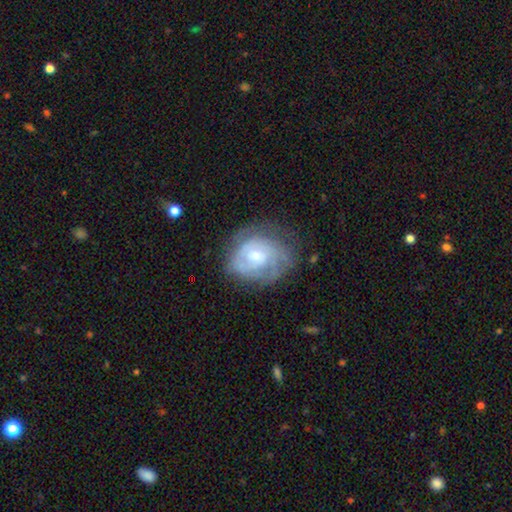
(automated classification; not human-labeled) A featured or disk galaxy (75%) with no bar (69%), tight (64%) spiral arms (86%) and a small central bulge (57%). Merging: none (61%).